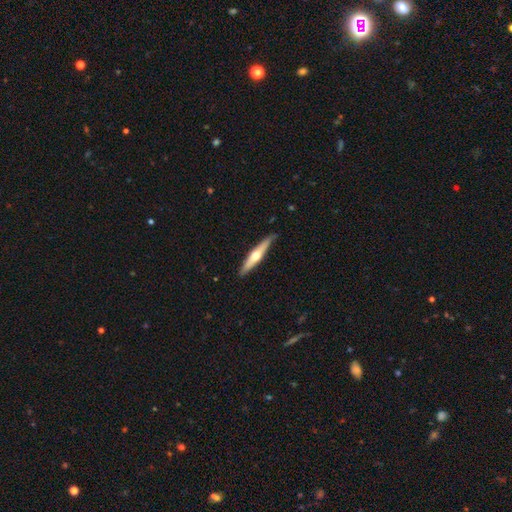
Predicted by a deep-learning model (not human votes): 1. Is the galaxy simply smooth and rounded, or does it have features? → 56% featured or disk, 39% smooth, 5% star or artifact.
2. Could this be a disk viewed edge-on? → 94% yes, 6% no.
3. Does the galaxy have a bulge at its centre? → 90% rounded, 7% none, 3% boxy.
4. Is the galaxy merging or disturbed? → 83% none, 13% minor disturbance, 2% major disturbance, 1% merger.